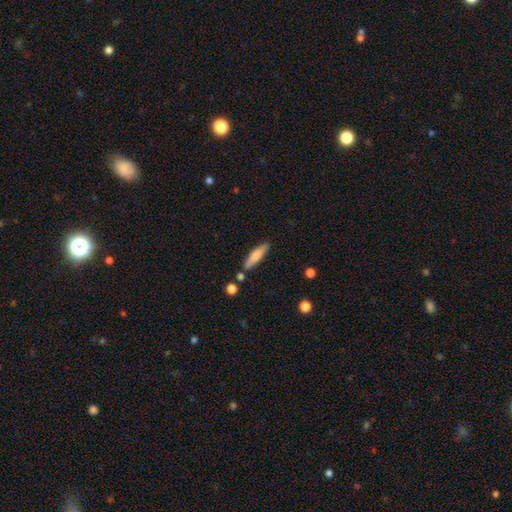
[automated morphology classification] type=smooth (71%); roundness=cigar-shaped (78%); merging=none (81%).